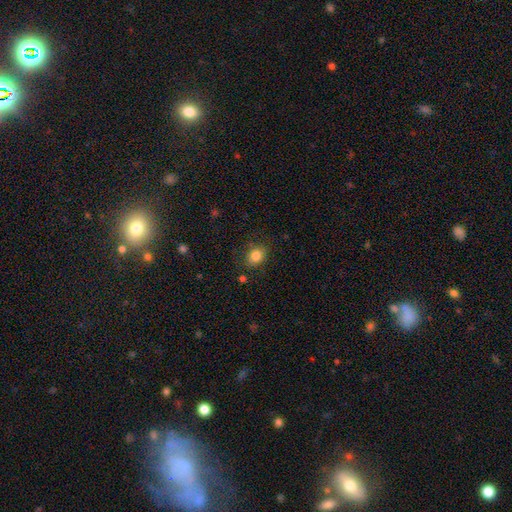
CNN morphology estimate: Smooth or featured?
  - smooth: 82% *
  - star or artifact: 11%
  - featured or disk: 7%
How rounded?
  - round: 53% *
  - in between: 46%
  - cigar-shaped: 1%
Merging?
  - none: 81% *
  - minor disturbance: 14%
  - major disturbance: 3%
  - merger: 2%